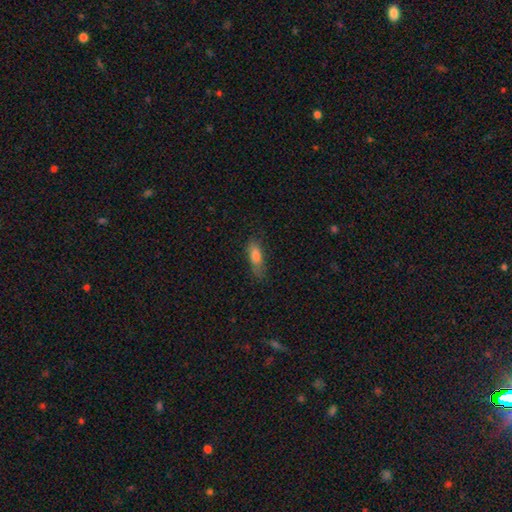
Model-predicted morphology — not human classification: smooth_or_featured: smooth (p=0.76) [alt: featured or disk p=0.15]
how_rounded: in between (p=0.54) [alt: cigar-shaped p=0.43]
merging: none (p=0.68) [alt: minor disturbance p=0.24]